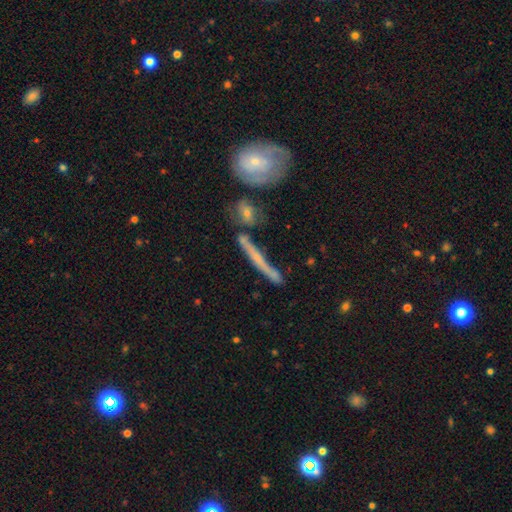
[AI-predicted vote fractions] smooth-or-featured: featured or disk: 60% | smooth: 28% | star or artifact: 13%
  disk-edge-on: yes: 86% | no: 14%
    edge-on-bulge: none: 59% | rounded: 32% | boxy: 9%
  merging: none: 69% | minor disturbance: 14% | merger: 12% | major disturbance: 5%